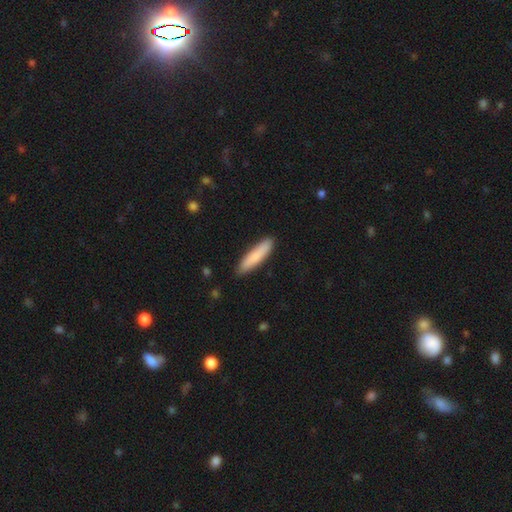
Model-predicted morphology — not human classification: A smooth galaxy with no disk features (83%) that is cigar-shaped (80%).

Vote fractions:
- Smooth or featured? smooth: 83% / featured or disk: 12% / star or artifact: 5%
- How rounded? cigar-shaped: 80% / in between: 19% / round: 1%
- Merging? none: 88% / minor disturbance: 9% / major disturbance: 2% / merger: 1%